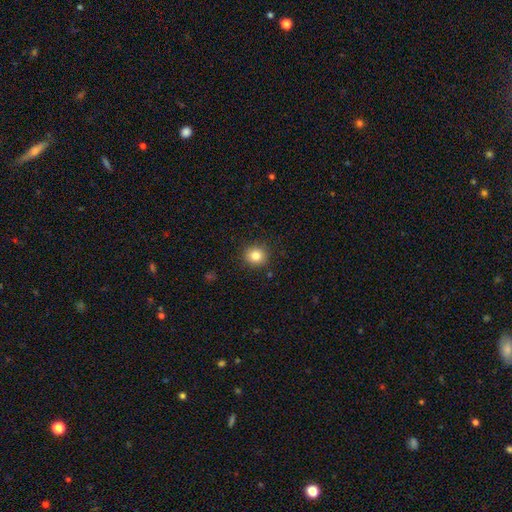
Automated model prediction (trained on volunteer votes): The model was most divided on "smooth or featured": smooth: 83%, star or artifact: 11%, featured or disk: 6%. More confident: merging — none (90%); how rounded — round (88%).